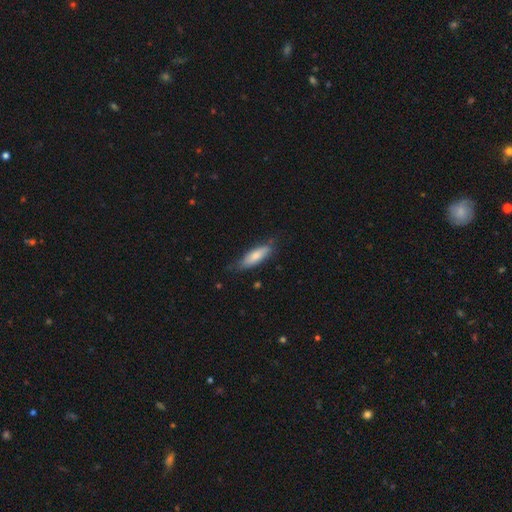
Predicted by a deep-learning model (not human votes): smooth_or_featured: smooth (p=0.75) [alt: featured or disk p=0.19]
how_rounded: in between (p=0.50) [alt: cigar-shaped p=0.49]
merging: none (p=0.71) [alt: minor disturbance p=0.23]